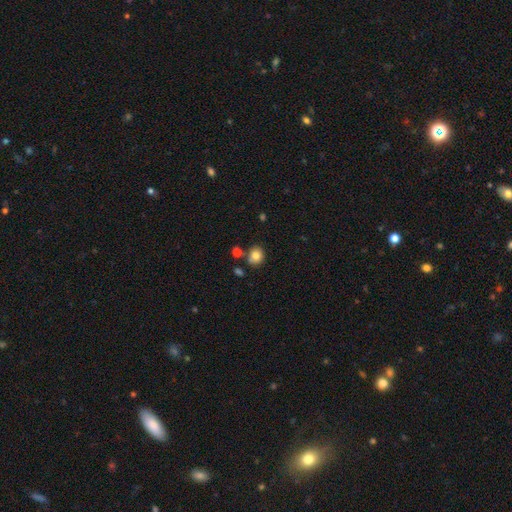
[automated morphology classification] A smooth galaxy with no disk features (80%) that is round (79%).

Vote fractions:
- Smooth or featured? smooth: 80% / star or artifact: 11% / featured or disk: 8%
- How rounded? round: 79% / in between: 21% / cigar-shaped: 1%
- Merging? none: 74% / minor disturbance: 11% / merger: 11% / major disturbance: 3%